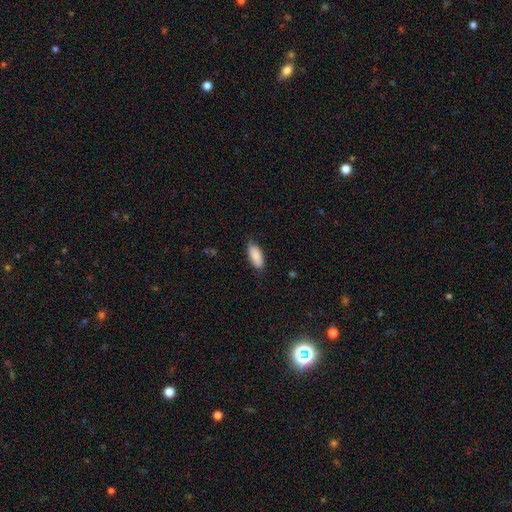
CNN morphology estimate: Smooth or featured? smooth (89%)
How rounded? in between (84%)
Merging? none (81%)